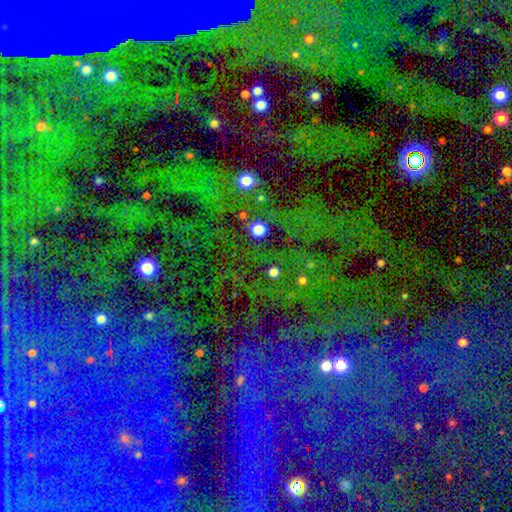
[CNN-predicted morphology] Smooth or featured? Predicted: star or artifact (p=0.74).